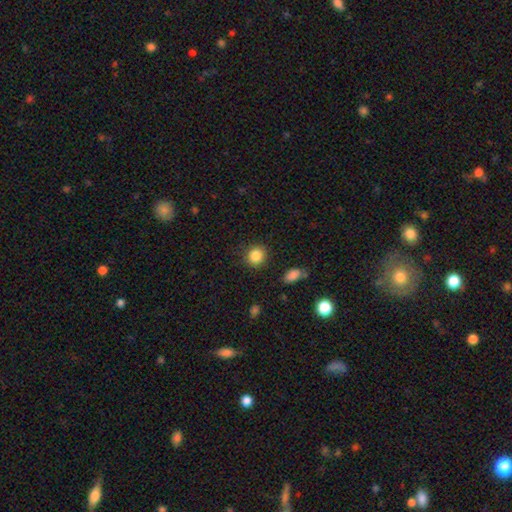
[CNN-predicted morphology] smooth 86%, star or artifact 10%, featured or disk 4%. Down the decision tree: how rounded — round (85%); merging — none (87%).